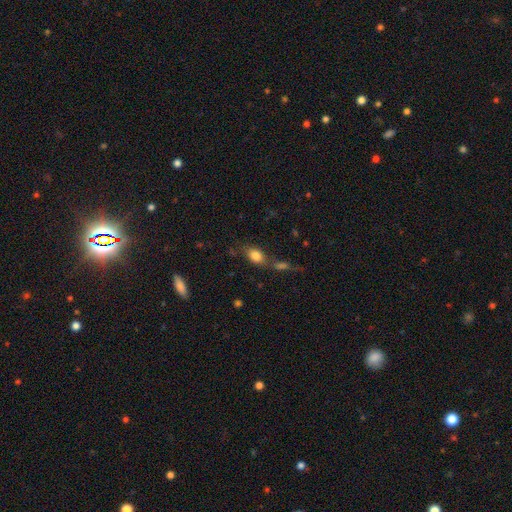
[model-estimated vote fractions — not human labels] Morphology: type=smooth (81%); roundness=in between (82%); merging=none (56%).